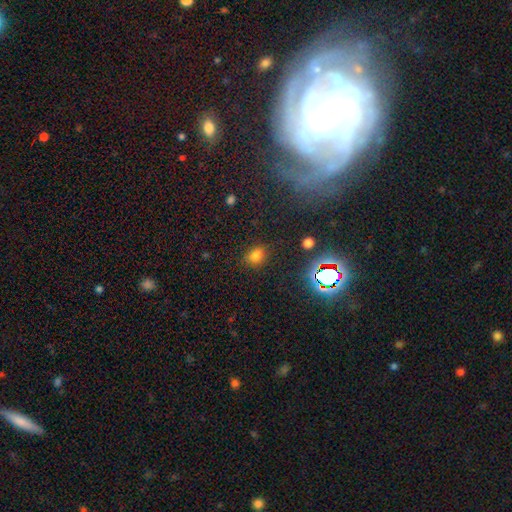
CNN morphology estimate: The model was most divided on "how rounded": in between: 64%, round: 34%, cigar-shaped: 2%. More confident: merging — none (80%); smooth or featured — smooth (72%).